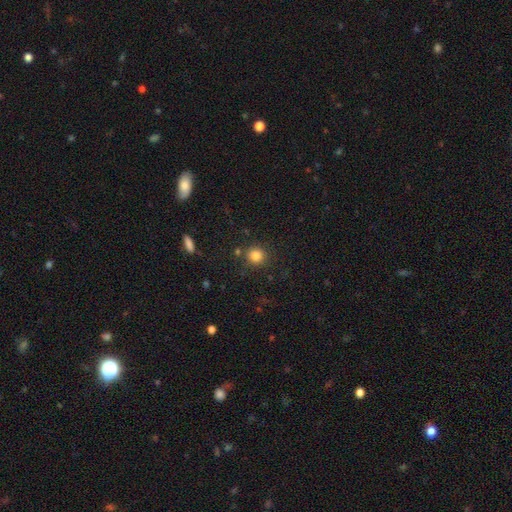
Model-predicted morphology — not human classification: A smooth galaxy with no disk features (82%) that is round (90%).

Vote fractions:
- Smooth or featured? smooth: 82% / star or artifact: 12% / featured or disk: 6%
- How rounded? round: 90% / in between: 9% / cigar-shaped: 1%
- Merging? none: 84% / minor disturbance: 8% / merger: 5% / major disturbance: 3%